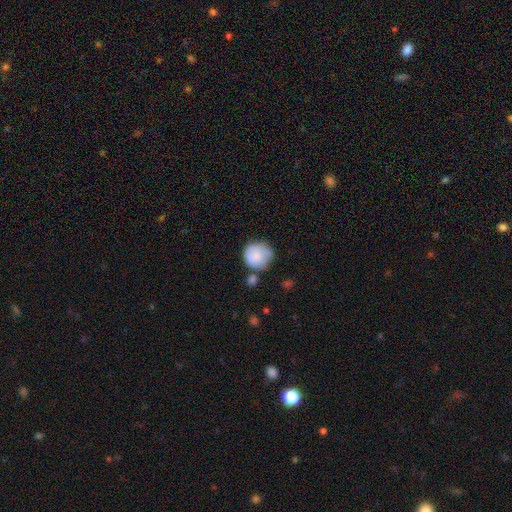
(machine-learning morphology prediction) Overall: smooth (80%). How rounded: round (90%). Merging: none (58%; minor disturbance 23%).